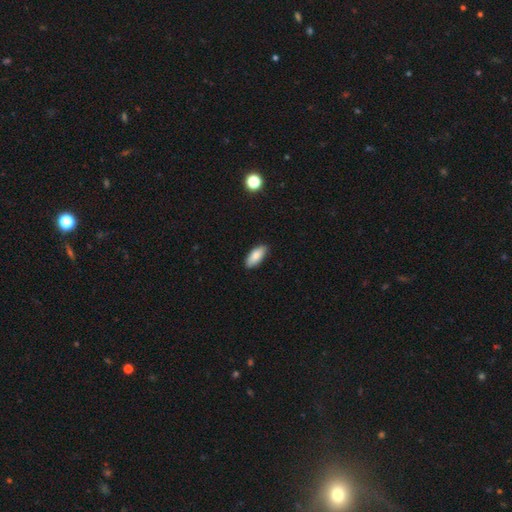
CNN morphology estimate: Overall: smooth (84%). How rounded: in between (85%). Merging: none (86%).